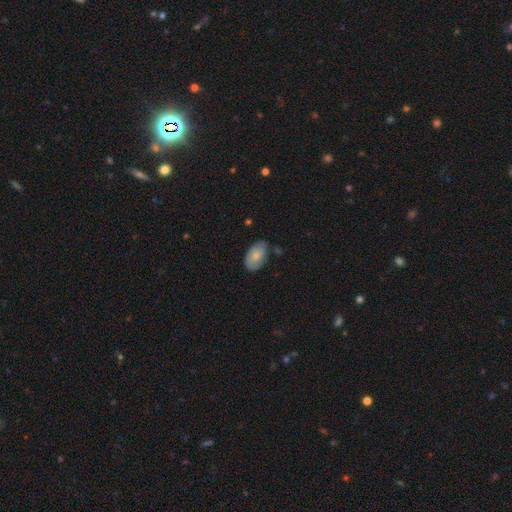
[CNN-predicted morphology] Smooth or featured? smooth (70%)
How rounded? in between (92%)
Merging? none (67%)